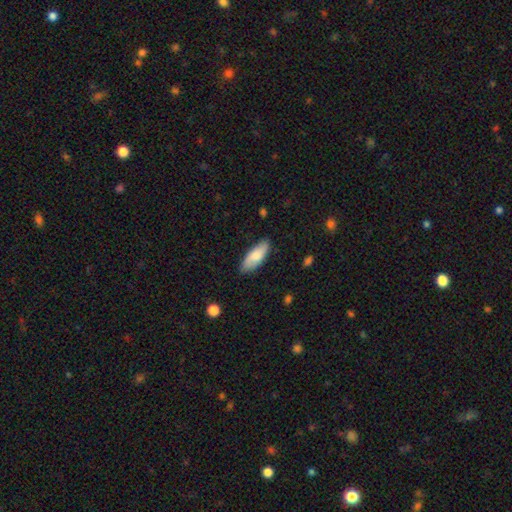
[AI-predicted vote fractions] Morphology: type=smooth (75%); roundness=in between (73%); merging=none (83%).